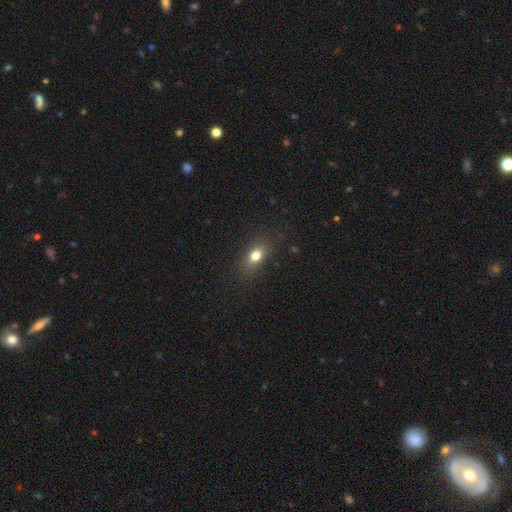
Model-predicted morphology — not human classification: A smooth galaxy with no disk features (78%) that is in between round and cigar-shaped (72%). Merging: none (83%).